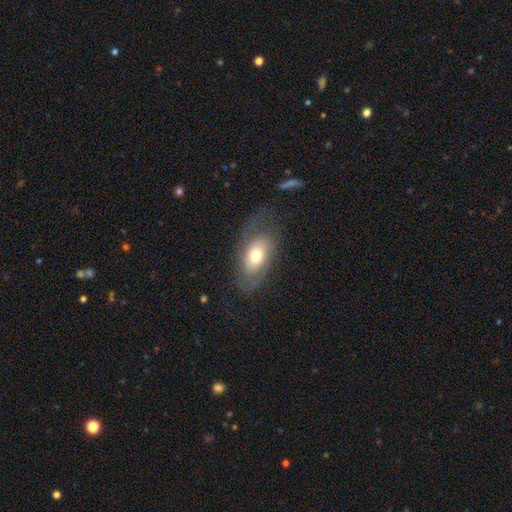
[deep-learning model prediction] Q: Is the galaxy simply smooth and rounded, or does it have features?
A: smooth — 49%.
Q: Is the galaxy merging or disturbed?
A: none — 61%.